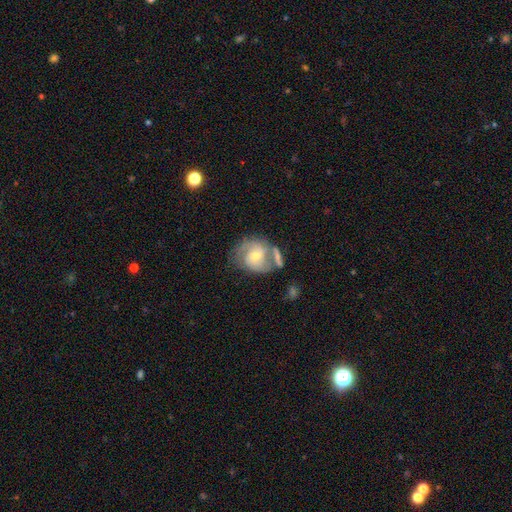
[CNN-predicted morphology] A featured or disk galaxy (70%) with no bar (58%), 2 (68%) medium (45%) spiral arms (88%) and a moderate central bulge (47%, tied with small). Merging: none (43%).